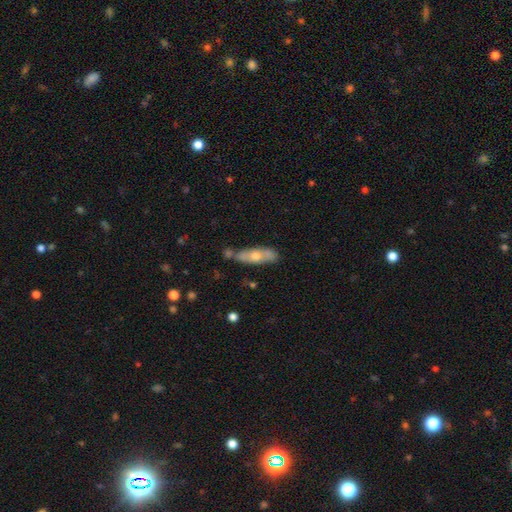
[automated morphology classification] Smooth or featured? smooth (48%)
Merging? none (67%)